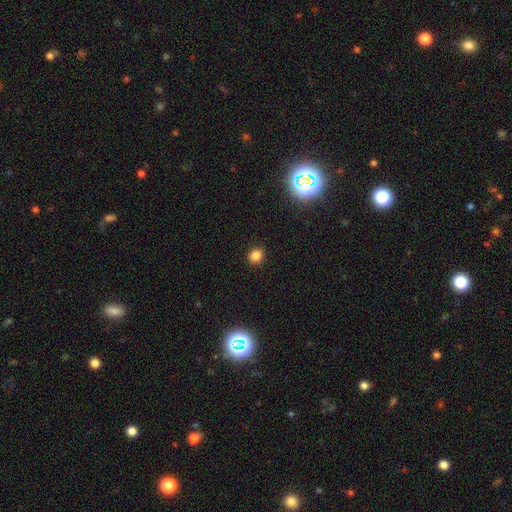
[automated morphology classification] Overall: smooth (82%). How rounded: round (74%). Merging: none (91%).